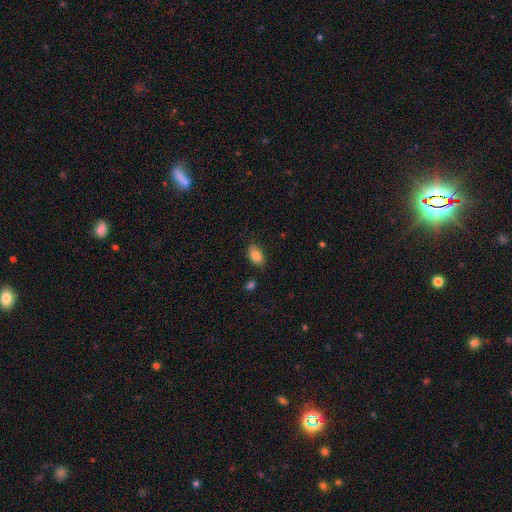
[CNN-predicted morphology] Smooth or featured?
  - smooth: 83% *
  - featured or disk: 9%
  - star or artifact: 8%
How rounded?
  - in between: 90% *
  - round: 8%
  - cigar-shaped: 2%
Merging?
  - none: 80% *
  - minor disturbance: 15%
  - major disturbance: 3%
  - merger: 2%